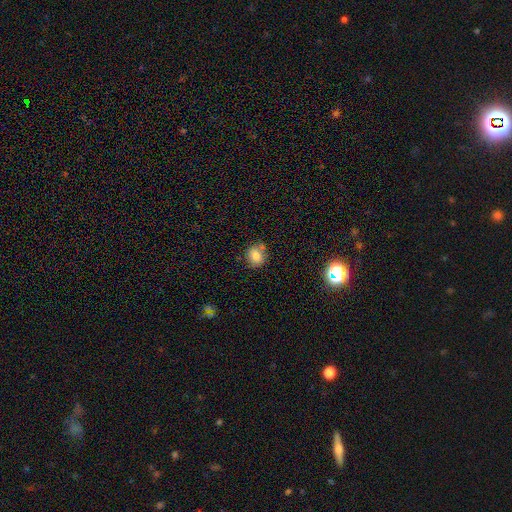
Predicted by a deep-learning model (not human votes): This is likely a smooth galaxy (79%). How rounded: likely round (65%). Merging: likely none (67%).